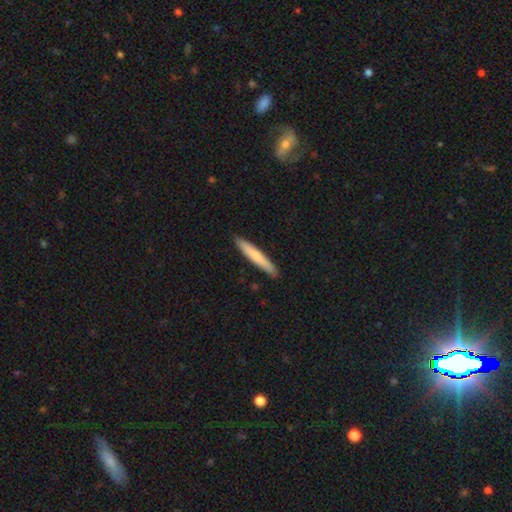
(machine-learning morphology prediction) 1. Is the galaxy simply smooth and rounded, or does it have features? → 70% smooth, 25% featured or disk, 5% star or artifact.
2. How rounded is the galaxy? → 94% cigar-shaped, 4% in between, 1% round.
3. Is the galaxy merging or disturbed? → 90% none, 8% minor disturbance, 1% major disturbance, 1% merger.